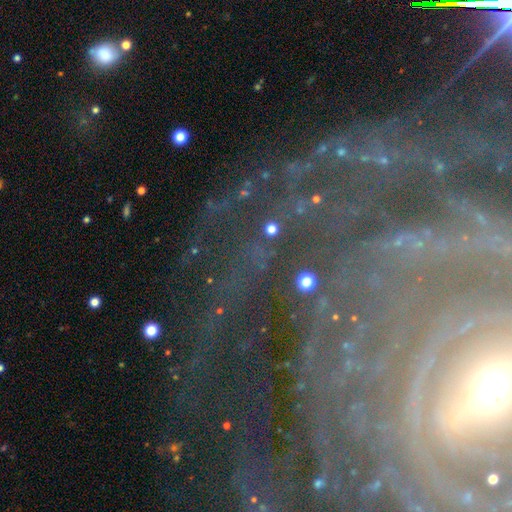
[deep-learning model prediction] Q: Smooth or featured?
A: featured or disk (50%); runner-up: star or artifact (37%)
Q: Edge-on disk?
A: no (89%); runner-up: yes (11%)
Q: Merging?
A: none (68%); runner-up: minor disturbance (15%)